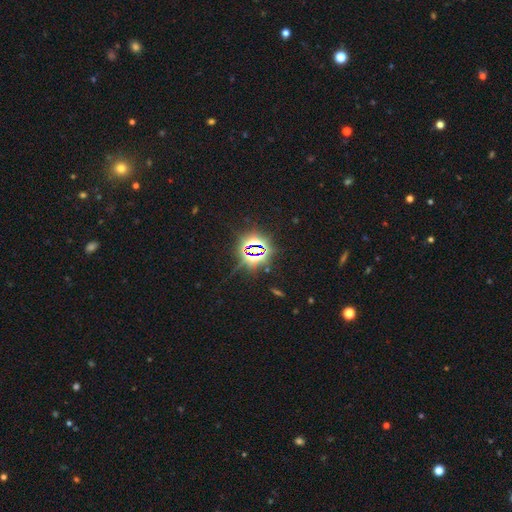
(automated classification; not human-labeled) Q: Smooth or featured?
A: star or artifact (80%); runner-up: smooth (13%)